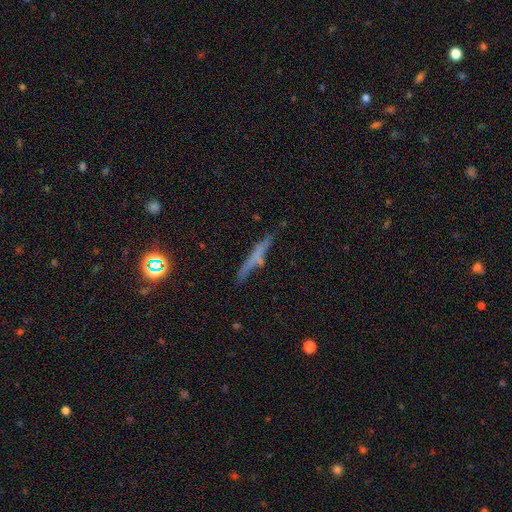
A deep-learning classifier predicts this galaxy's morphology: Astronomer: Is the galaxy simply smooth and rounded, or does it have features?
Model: smooth — 45% (runner-up: featured or disk, 42%).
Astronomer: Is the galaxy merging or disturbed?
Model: none — 75%.